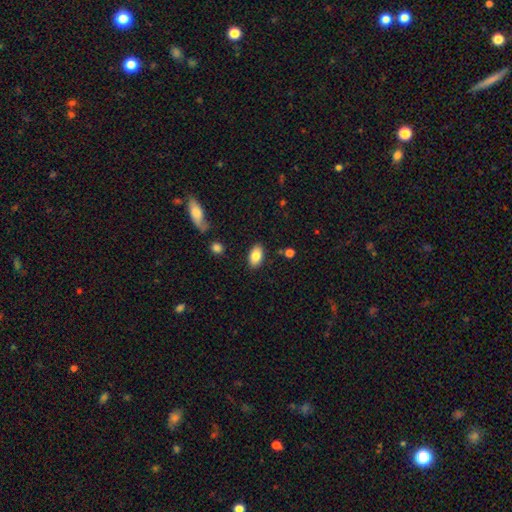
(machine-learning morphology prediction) Smooth or featured? Predicted: smooth (p=0.84). How rounded? Predicted: in between (p=0.92). Merging? Predicted: none (p=0.86).